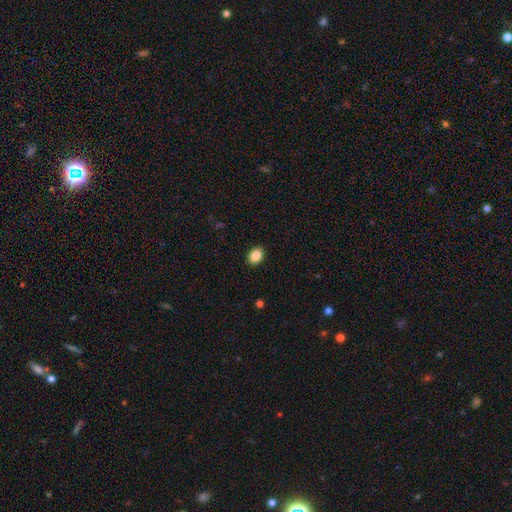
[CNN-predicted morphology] Smooth or featured?
  - smooth: 87% *
  - star or artifact: 9%
  - featured or disk: 5%
How rounded?
  - in between: 69% *
  - round: 30%
  - cigar-shaped: 1%
Merging?
  - none: 90% *
  - minor disturbance: 7%
  - major disturbance: 2%
  - merger: 1%